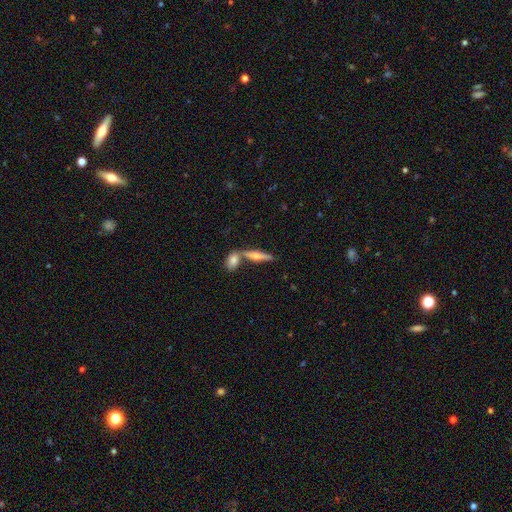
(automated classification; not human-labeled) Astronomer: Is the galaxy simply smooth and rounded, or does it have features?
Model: featured or disk — 55% (runner-up: smooth, 37%).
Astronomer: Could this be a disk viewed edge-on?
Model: yes — 94%.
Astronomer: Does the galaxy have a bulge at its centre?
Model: rounded — 89%.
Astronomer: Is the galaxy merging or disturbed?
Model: none — 61%.